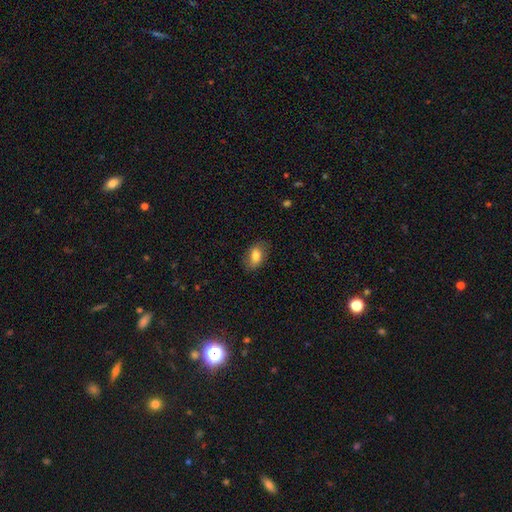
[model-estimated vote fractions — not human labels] Smooth or featured? Predicted: smooth (p=0.79). How rounded? Predicted: in between (p=0.87). Merging? Predicted: none (p=0.80).